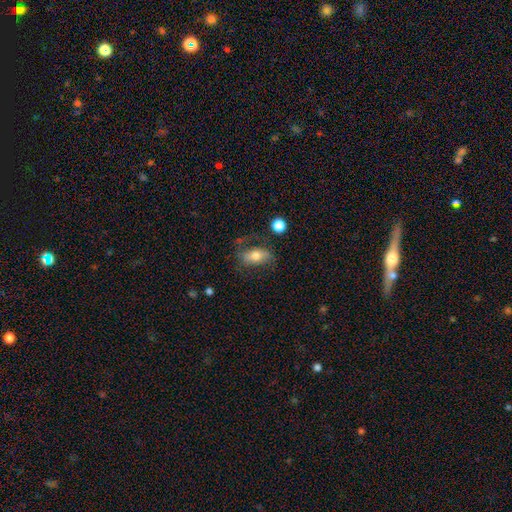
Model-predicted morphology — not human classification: Smooth or featured? Predicted: smooth (p=0.57). How rounded? Predicted: in between (p=0.85). Merging? Predicted: none (p=0.58).